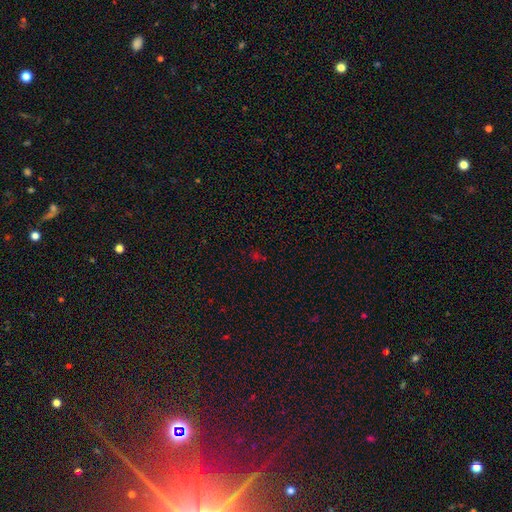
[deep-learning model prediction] Q: Smooth or featured?
A: star or artifact (55%); runner-up: smooth (37%)